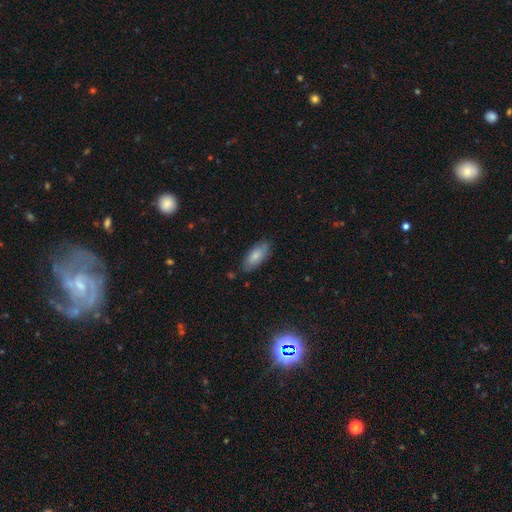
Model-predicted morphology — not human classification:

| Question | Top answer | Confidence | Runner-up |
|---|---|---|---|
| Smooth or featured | smooth | 76% | featured or disk (18%) |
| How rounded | in between | 82% | cigar-shaped (16%) |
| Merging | none | 80% | minor disturbance (16%) |